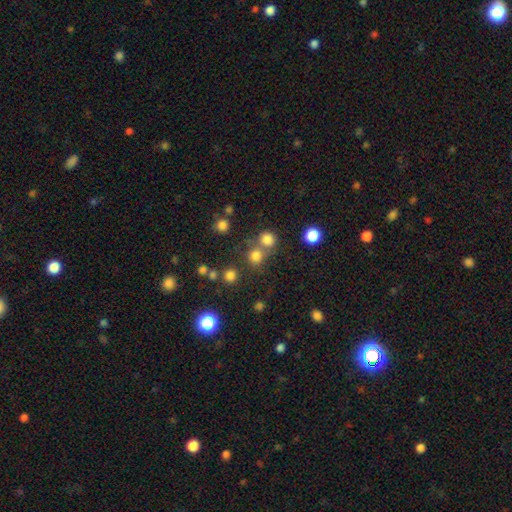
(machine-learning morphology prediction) Smooth or featured?
  - smooth: 76% *
  - star or artifact: 18%
  - featured or disk: 7%
How rounded?
  - round: 91% *
  - in between: 8%
  - cigar-shaped: 1%
Merging?
  - none: 63% *
  - merger: 27%
  - minor disturbance: 7%
  - major disturbance: 3%